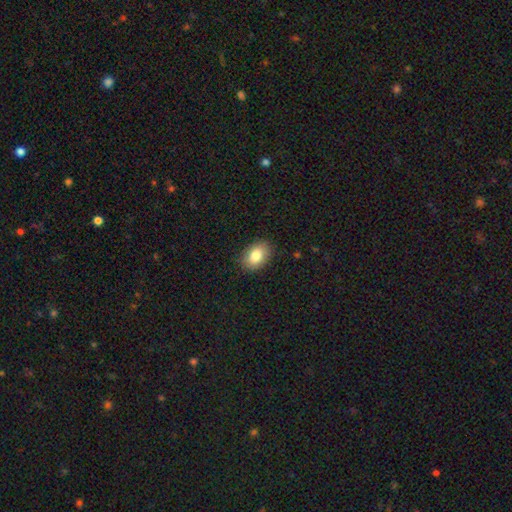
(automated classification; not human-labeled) smooth 84%, featured or disk 9%, star or artifact 8%. Down the decision tree: how rounded — in between (85%); merging — none (87%).